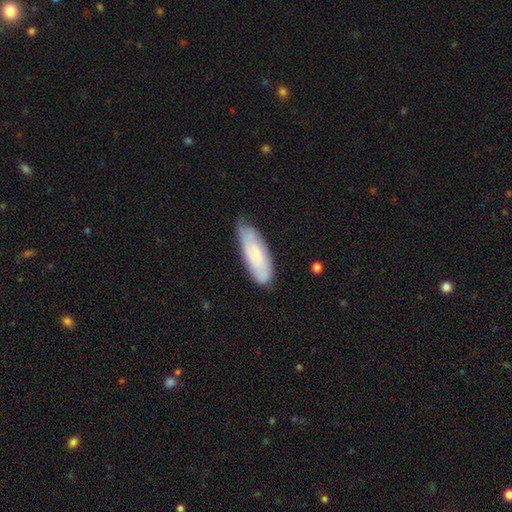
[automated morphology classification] Overall: smooth (53%; featured or disk 40%). How rounded: in between (60%; cigar-shaped 38%). Merging: none (65%; minor disturbance 28%).